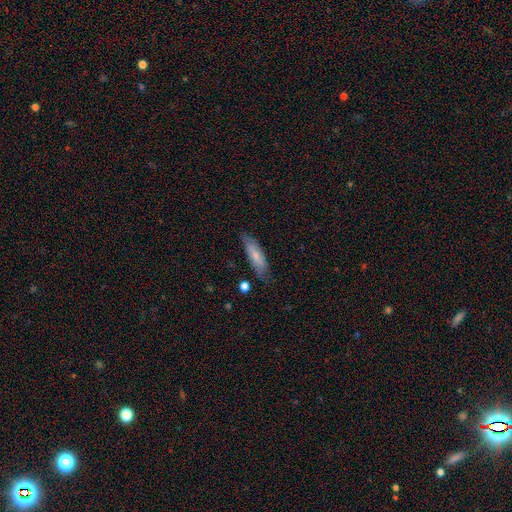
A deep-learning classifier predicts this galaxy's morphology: This appears to be a smooth galaxy with no disk features (62%) that is cigar-shaped (50%). Merging: none (74%).